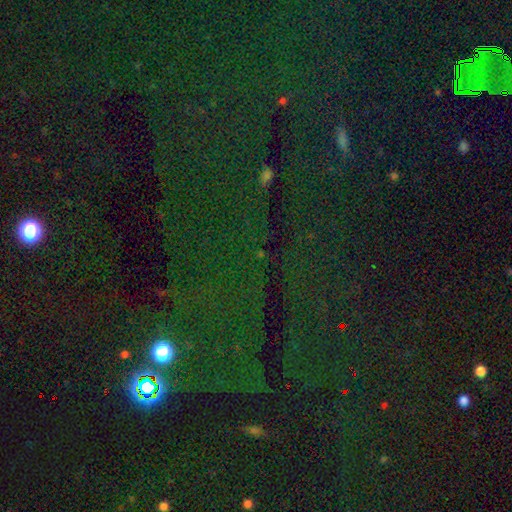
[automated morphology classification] A star or artifact, not a galaxy (78%).